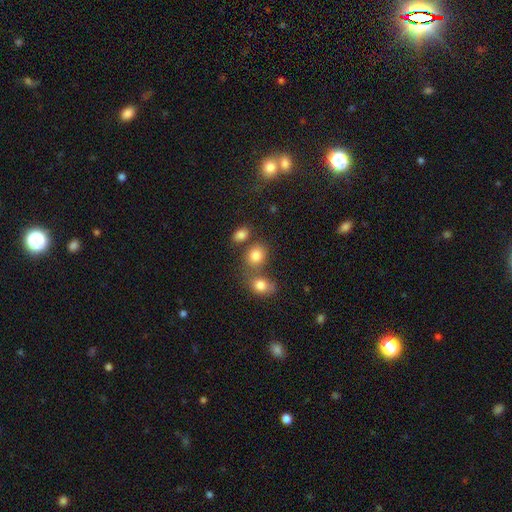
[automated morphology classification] smooth-or-featured: smooth: 81% | star or artifact: 11% | featured or disk: 8%
  how-rounded: round: 55% | in between: 44% | cigar-shaped: 1%
  merging: none: 54% | merger: 30% | minor disturbance: 11% | major disturbance: 5%